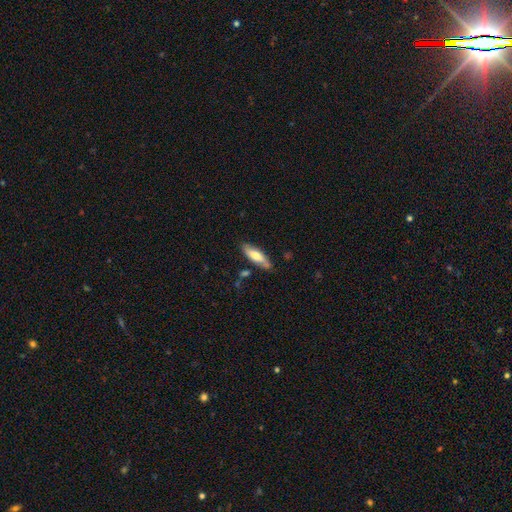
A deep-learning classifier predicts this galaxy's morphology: Smooth or featured: smooth — 61% (featured or disk — 33%)
How rounded: in between — 53% (cigar-shaped — 45%)
Merging: none — 80% (minor disturbance — 14%)